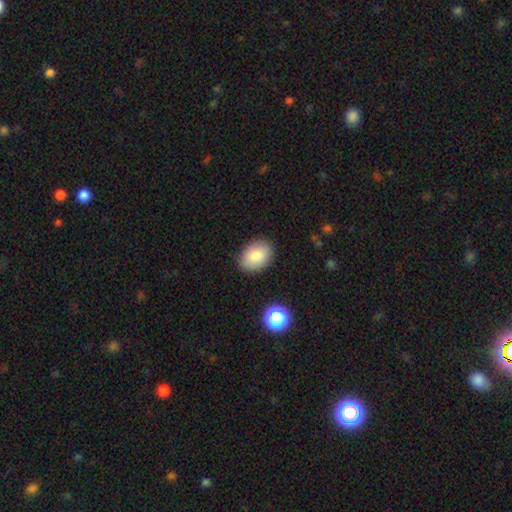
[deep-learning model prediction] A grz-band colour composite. It shows a smooth galaxy with no disk features (84%) that is in between round and cigar-shaped (79%). Merging: none (87%).